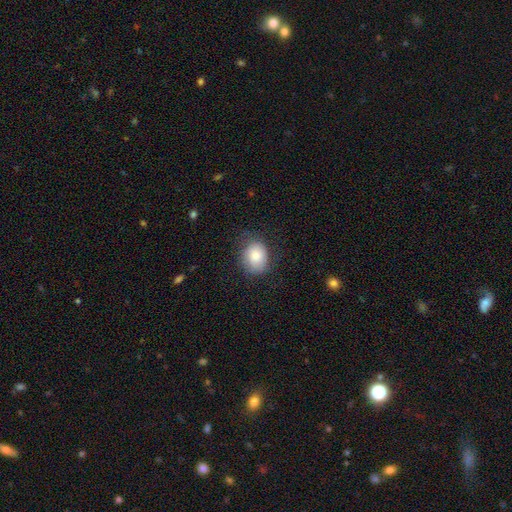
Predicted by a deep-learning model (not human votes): A smooth galaxy with no disk features (82%) that is in between round and cigar-shaped (56%).

Vote fractions:
- Smooth or featured? smooth: 82% / featured or disk: 10% / star or artifact: 8%
- How rounded? in between: 56% / round: 43% / cigar-shaped: 1%
- Merging? none: 70% / minor disturbance: 21% / major disturbance: 7% / merger: 1%